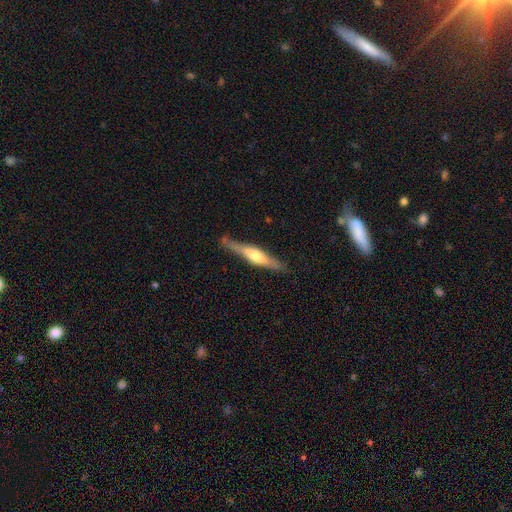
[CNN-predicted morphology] smooth-or-featured: featured or disk: 62% | smooth: 33% | star or artifact: 5%
  disk-edge-on: yes: 95% | no: 5%
    edge-on-bulge: rounded: 88% | boxy: 7% | none: 5%
  merging: none: 80% | minor disturbance: 15% | major disturbance: 3% | merger: 2%